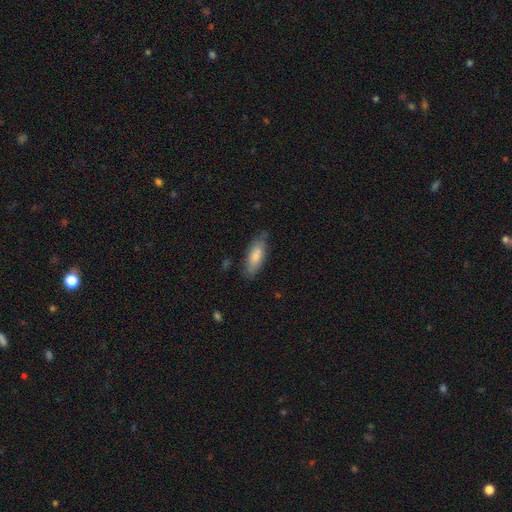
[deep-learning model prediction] Smooth or featured? Predicted: smooth (p=0.77). How rounded? Predicted: in between (p=0.68). Merging? Predicted: none (p=0.73).